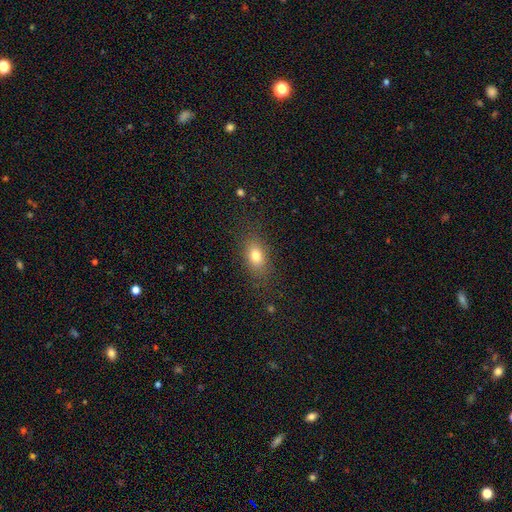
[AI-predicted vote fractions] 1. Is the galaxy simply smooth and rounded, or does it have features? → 78% smooth, 11% featured or disk, 11% star or artifact.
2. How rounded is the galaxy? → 80% in between, 16% round, 4% cigar-shaped.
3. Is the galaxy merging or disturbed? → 81% none, 12% minor disturbance, 5% major disturbance, 1% merger.